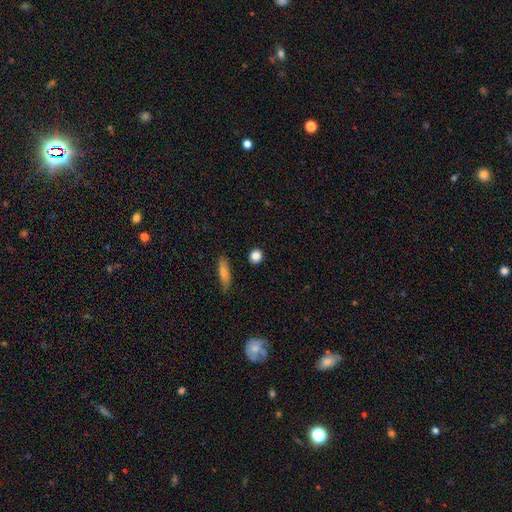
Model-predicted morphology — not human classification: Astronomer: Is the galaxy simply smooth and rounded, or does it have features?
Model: smooth — 85%.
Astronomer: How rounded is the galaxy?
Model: round — 80%.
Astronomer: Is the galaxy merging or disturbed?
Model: none — 89%.